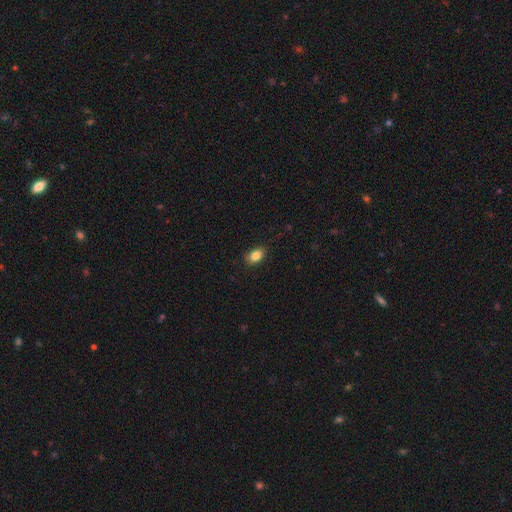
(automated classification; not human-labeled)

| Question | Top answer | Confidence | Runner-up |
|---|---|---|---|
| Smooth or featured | smooth | 85% | star or artifact (9%) |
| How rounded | in between | 80% | round (18%) |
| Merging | none | 84% | minor disturbance (13%) |